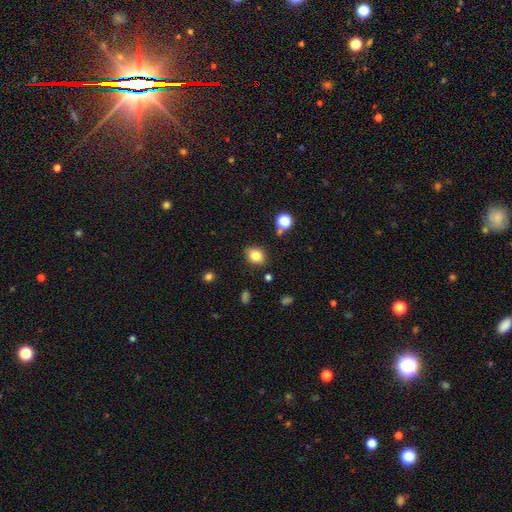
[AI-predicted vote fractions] Overall: smooth (81%). How rounded: in between (60%; round 39%). Merging: none (84%).